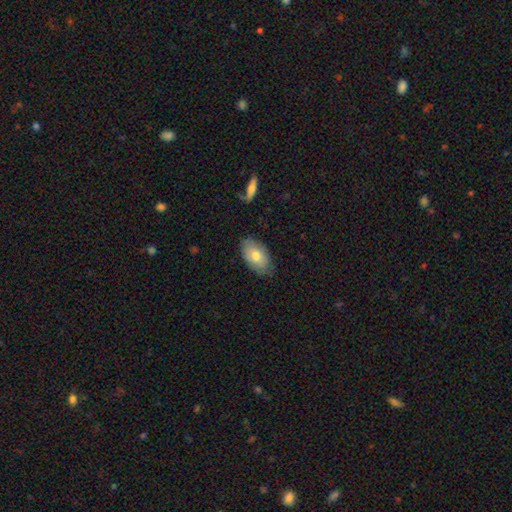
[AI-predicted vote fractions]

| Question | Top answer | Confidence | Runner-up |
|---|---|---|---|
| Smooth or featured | smooth | 73% | featured or disk (20%) |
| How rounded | in between | 93% | round (5%) |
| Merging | none | 78% | minor disturbance (18%) |